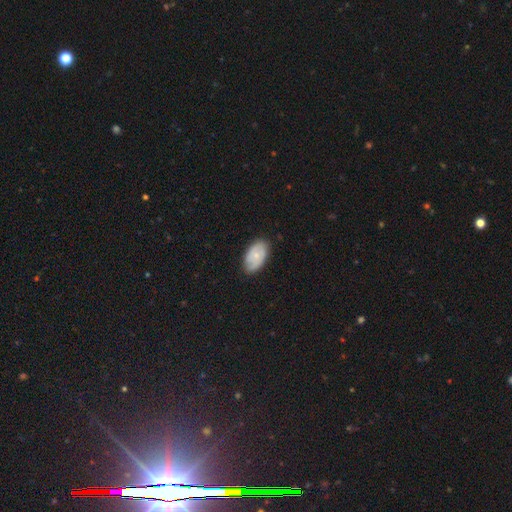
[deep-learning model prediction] smooth-or-featured: smooth: 56% | featured or disk: 37% | star or artifact: 6%
  how-rounded: in between: 92% | round: 6% | cigar-shaped: 2%
  merging: none: 78% | minor disturbance: 18% | major disturbance: 3% | merger: 1%